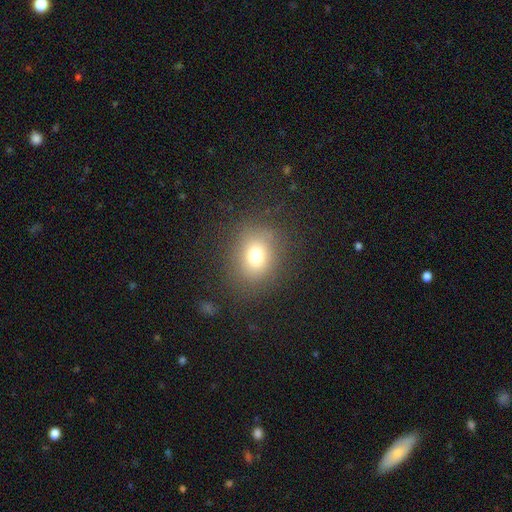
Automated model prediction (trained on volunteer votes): Smooth or featured? smooth (74%)
How rounded? round (59%)
Merging? none (79%)